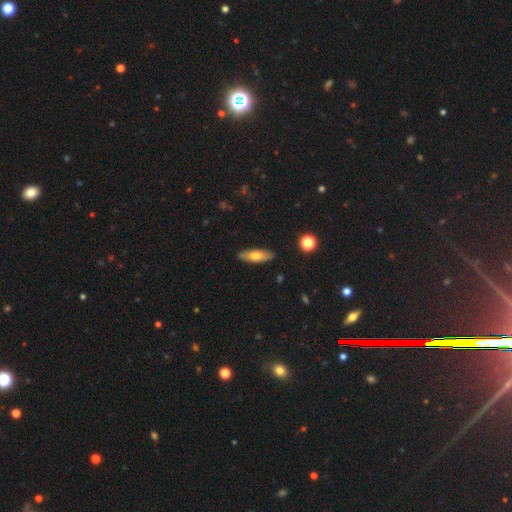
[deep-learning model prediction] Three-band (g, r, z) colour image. It shows a smooth galaxy with no disk features (68%) that is in between round and cigar-shaped (53%). Merging: none (86%).